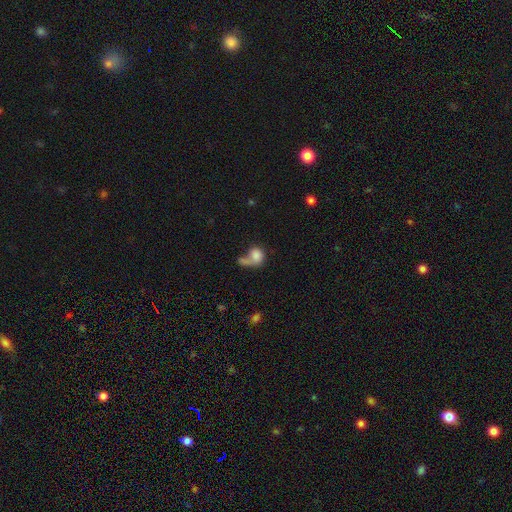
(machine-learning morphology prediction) smooth 74%, featured or disk 17%, star or artifact 9%. Down the decision tree: how rounded — round (59%); merging — merger (38%).